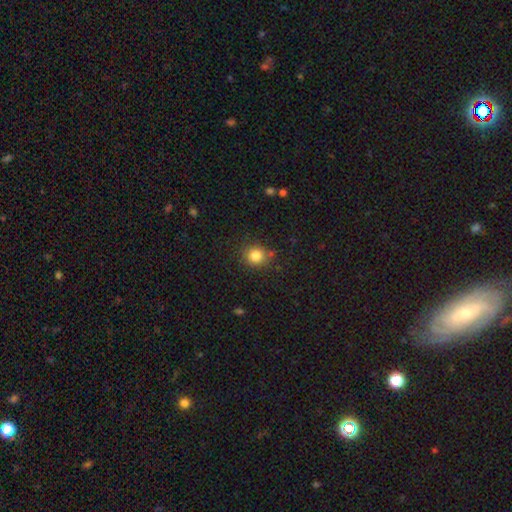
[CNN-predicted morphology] Overall: smooth (82%). How rounded: round (86%). Merging: none (81%).